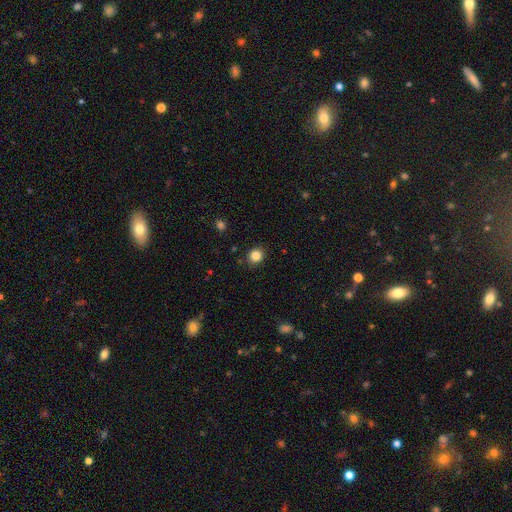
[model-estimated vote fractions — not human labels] Smooth or featured? Predicted: smooth (p=0.84). How rounded? Predicted: round (p=0.80). Merging? Predicted: none (p=0.89).